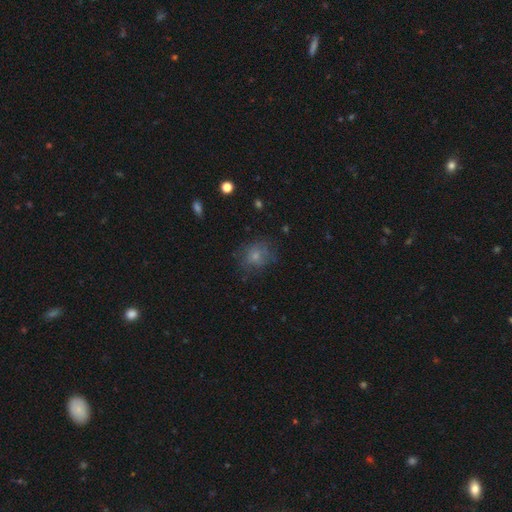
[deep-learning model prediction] smooth-or-featured: smooth: 67% | featured or disk: 21% | star or artifact: 12%
  how-rounded: round: 68% | in between: 31% | cigar-shaped: 1%
  merging: none: 64% | minor disturbance: 22% | major disturbance: 12% | merger: 2%